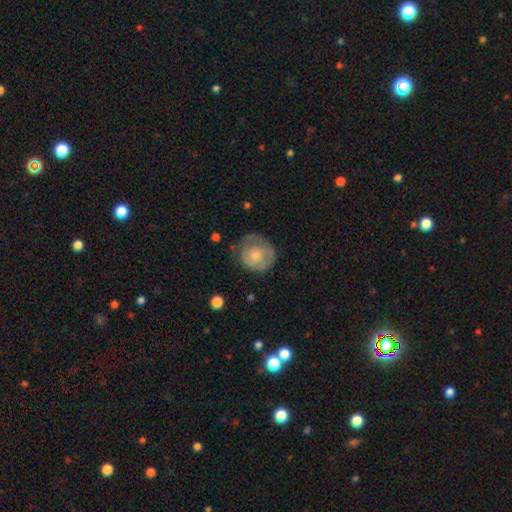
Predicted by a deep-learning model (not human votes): Smooth or featured: smooth — 59% (featured or disk — 35%)
How rounded: round — 82% (in between — 17%)
Merging: none — 58% (minor disturbance — 28%)